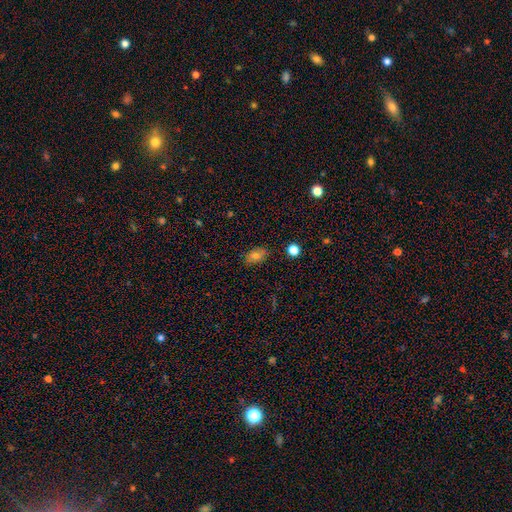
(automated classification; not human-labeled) Smooth or featured? smooth (71%)
How rounded? in between (84%)
Merging? none (83%)